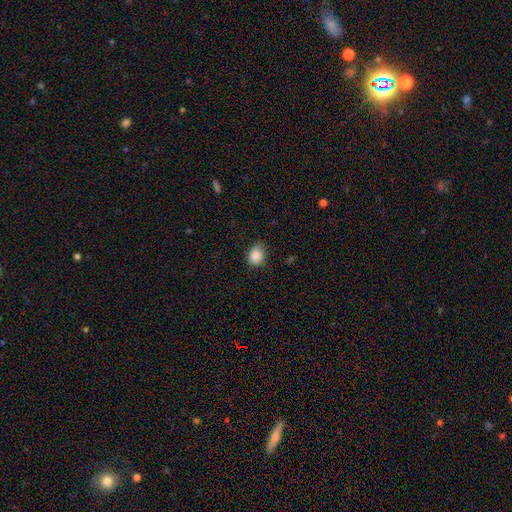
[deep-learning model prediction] This appears to be a smooth galaxy with no disk features (88%) that is round (50%). Merging: none (74%).